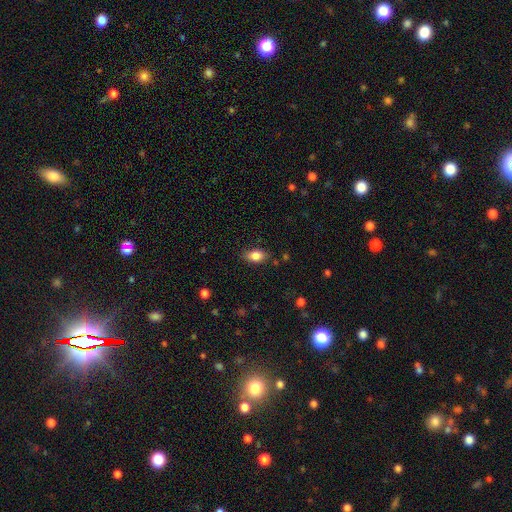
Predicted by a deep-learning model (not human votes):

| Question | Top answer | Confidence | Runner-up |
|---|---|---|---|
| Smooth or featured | smooth | 84% | featured or disk (8%) |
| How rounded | in between | 87% | round (9%) |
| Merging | none | 83% | minor disturbance (12%) |